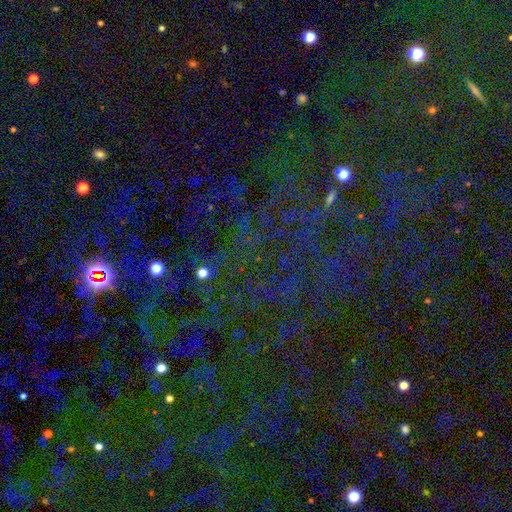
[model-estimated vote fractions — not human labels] The model was most divided on "smooth or featured": star or artifact: 79%, smooth: 13%, featured or disk: 9%.